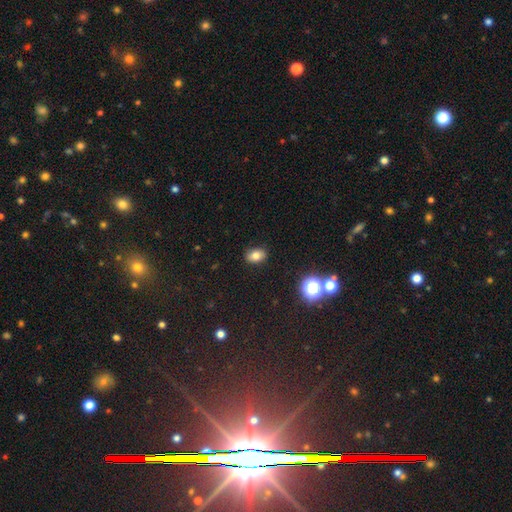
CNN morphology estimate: A smooth galaxy with no disk features (78%) that is in between round and cigar-shaped (75%). Merging: none (88%).